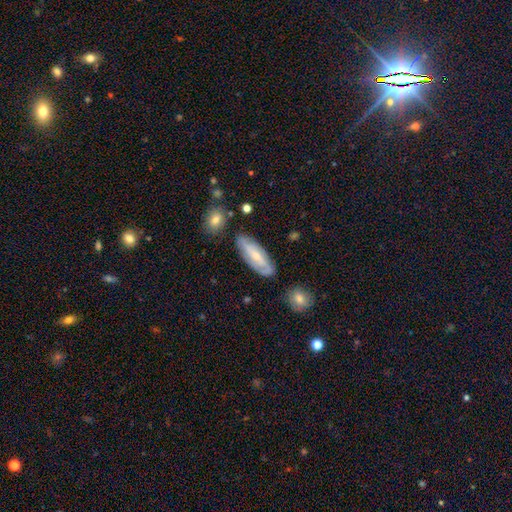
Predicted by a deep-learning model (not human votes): A featured or disk galaxy (55%).

Vote fractions:
- Smooth or featured? featured or disk: 55% / smooth: 38% / star or artifact: 7%
- Edge-on disk? no: 81% / yes: 19%
- Merging? none: 78% / minor disturbance: 15% / major disturbance: 4% / merger: 3%